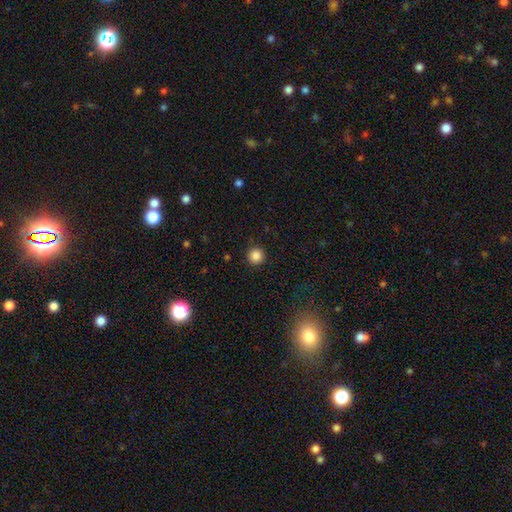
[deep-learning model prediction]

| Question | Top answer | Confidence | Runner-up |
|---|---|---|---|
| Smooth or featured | smooth | 86% | star or artifact (11%) |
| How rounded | round | 95% | in between (4%) |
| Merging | none | 93% | minor disturbance (5%) |